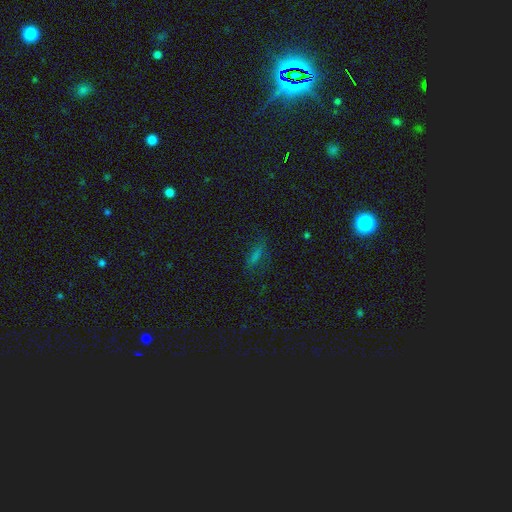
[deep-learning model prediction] A smooth galaxy with no disk features (51%) that is cigar-shaped (53%). Merging: none (71%).